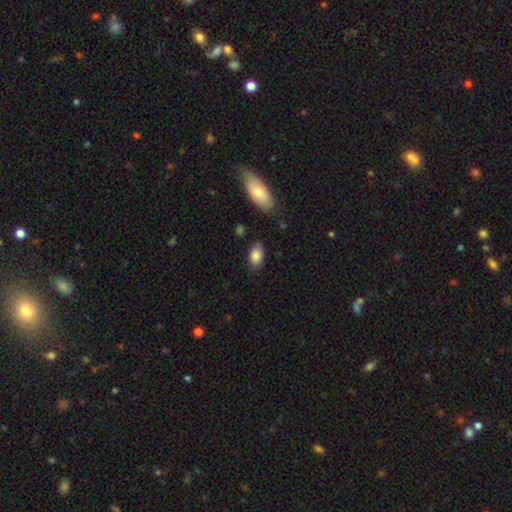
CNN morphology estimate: A smooth galaxy with no disk features (85%) that is in between round and cigar-shaped (91%). Merging: none (76%).